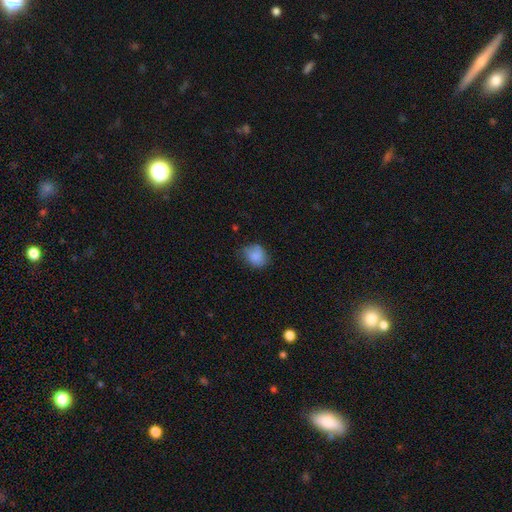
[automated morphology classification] smooth 83%, featured or disk 9%, star or artifact 9%. Down the decision tree: how rounded — round (58%); merging — none (61%).